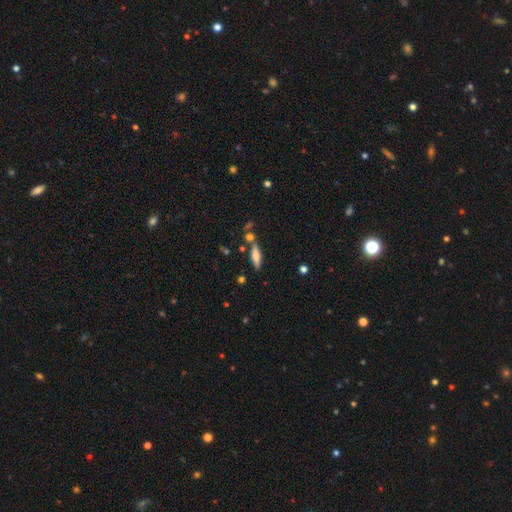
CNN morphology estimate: Overall: smooth (57%; featured or disk 35%). How rounded: cigar-shaped (65%; in between 33%). Merging: none (71%).